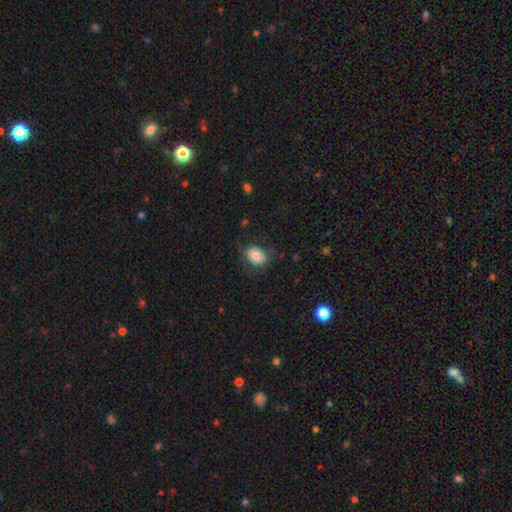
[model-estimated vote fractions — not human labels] Smooth or featured? Predicted: smooth (p=0.77). How rounded? Predicted: in between (p=0.54). Merging? Predicted: none (p=0.77).